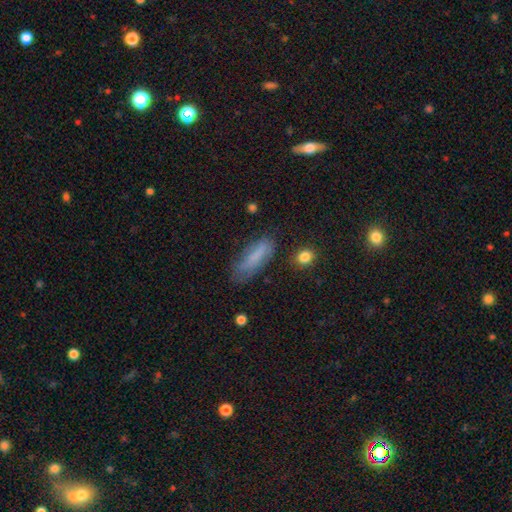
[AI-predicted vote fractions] Smooth or featured: smooth — 69% (featured or disk — 21%)
How rounded: cigar-shaped — 52% (in between — 46%)
Merging: none — 58% (minor disturbance — 28%)